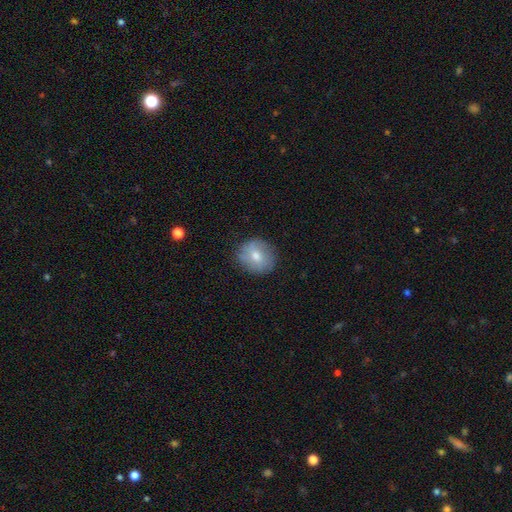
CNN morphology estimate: Smooth or featured? Predicted: smooth (p=0.62). How rounded? Predicted: round (p=0.82). Merging? Predicted: none (p=0.81).